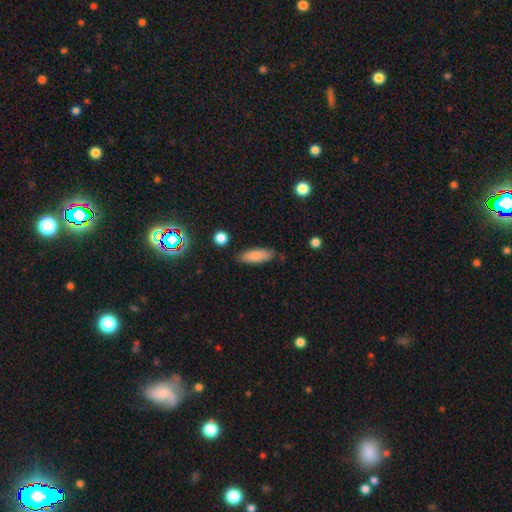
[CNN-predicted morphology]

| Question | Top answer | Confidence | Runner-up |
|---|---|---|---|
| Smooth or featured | smooth | 82% | featured or disk (11%) |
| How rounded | in between | 61% | cigar-shaped (37%) |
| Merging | none | 78% | minor disturbance (16%) |